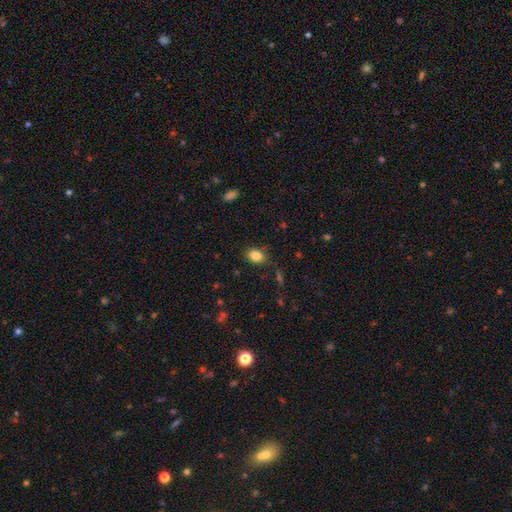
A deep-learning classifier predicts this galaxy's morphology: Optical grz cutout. It shows a smooth galaxy with no disk features (84%) that is in between round and cigar-shaped (68%). Merging: none (83%).